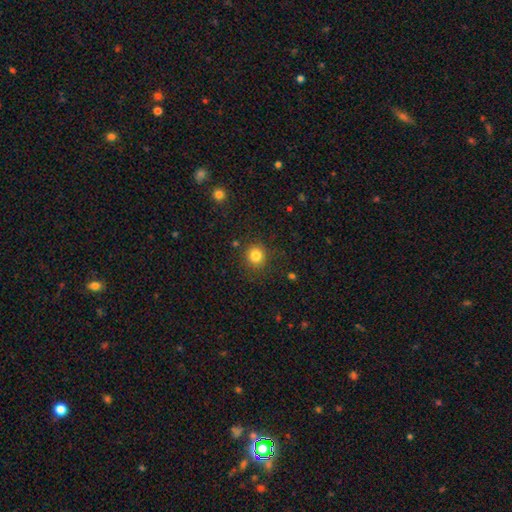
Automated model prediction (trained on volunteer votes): smooth-or-featured: smooth: 82% | star or artifact: 13% | featured or disk: 5%
  how-rounded: round: 91% | in between: 9% | cigar-shaped: 1%
  merging: none: 87% | minor disturbance: 8% | major disturbance: 3% | merger: 2%